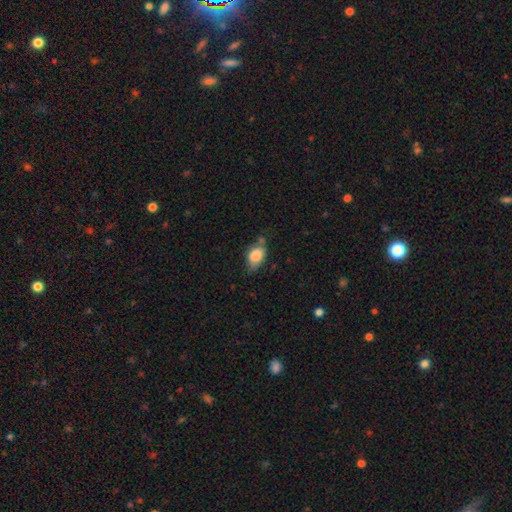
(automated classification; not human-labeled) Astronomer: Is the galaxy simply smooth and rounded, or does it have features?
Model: smooth — 81%.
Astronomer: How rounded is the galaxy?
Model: in between — 80%.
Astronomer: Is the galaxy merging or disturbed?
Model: none — 51% (runner-up: minor disturbance, 34%).